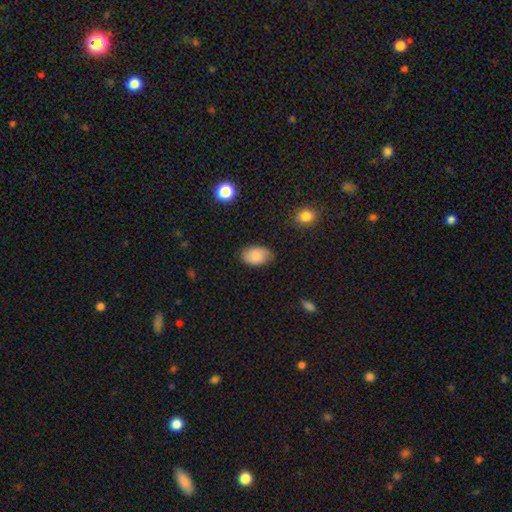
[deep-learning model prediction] Overall: smooth (82%). How rounded: in between (89%). Merging: none (75%).